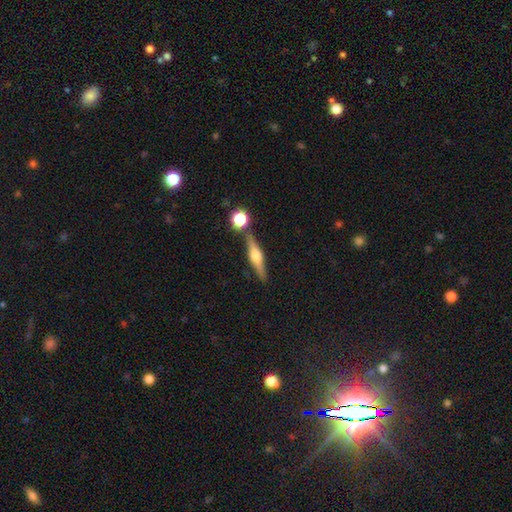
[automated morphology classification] Smooth or featured: featured or disk — 65% (smooth — 28%)
Edge-on disk: yes — 96% (no — 4%)
Edge-on bulge: rounded — 92% (boxy — 5%)
Merging: none — 78% (merger — 10%)